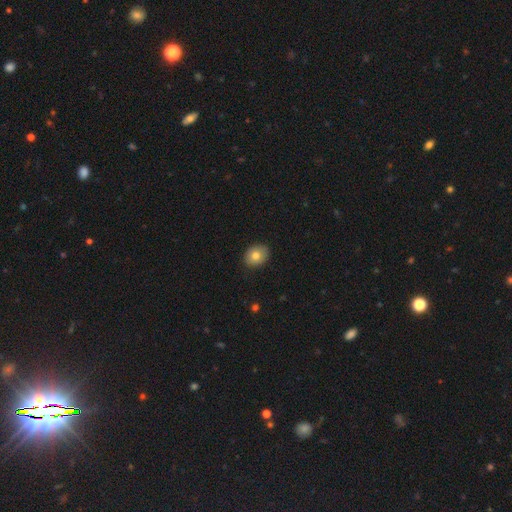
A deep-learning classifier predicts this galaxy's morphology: Smooth or featured: smooth — 79% (featured or disk — 12%)
How rounded: in between — 51% (round — 48%)
Merging: none — 88% (minor disturbance — 9%)